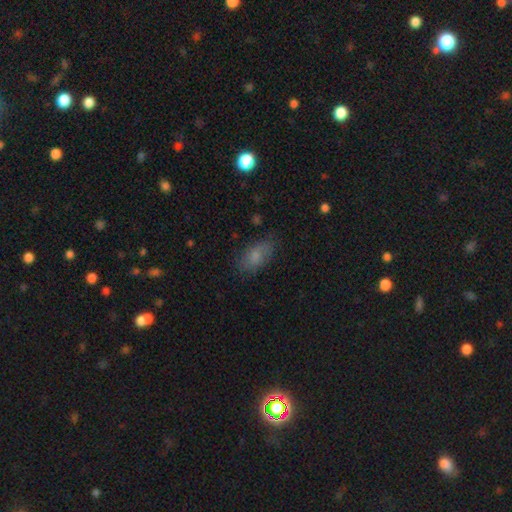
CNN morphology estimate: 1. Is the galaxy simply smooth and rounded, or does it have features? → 74% smooth, 17% featured or disk, 10% star or artifact.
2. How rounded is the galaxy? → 89% in between, 6% round, 5% cigar-shaped.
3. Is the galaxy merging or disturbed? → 76% none, 18% minor disturbance, 5% major disturbance, 1% merger.